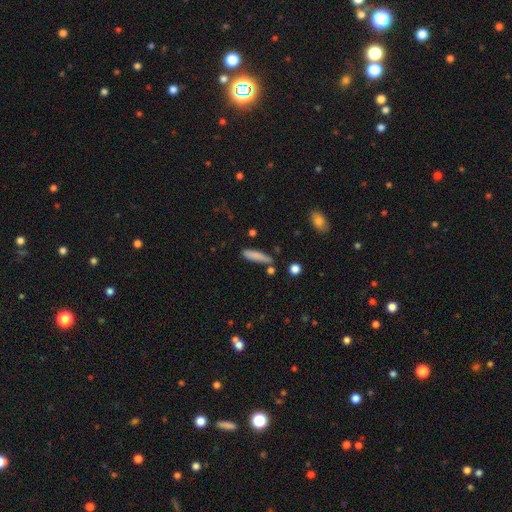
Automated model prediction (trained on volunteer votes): Smooth or featured: smooth — 82% (featured or disk — 11%)
How rounded: cigar-shaped — 79% (in between — 19%)
Merging: none — 71% (minor disturbance — 18%)